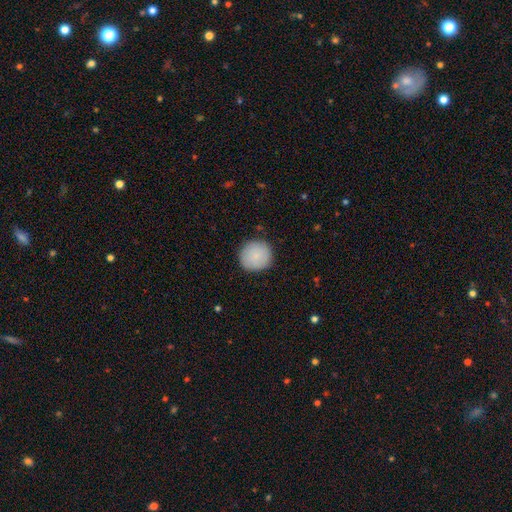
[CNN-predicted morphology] Smooth or featured: smooth — 87% (featured or disk — 6%)
How rounded: round — 93% (in between — 6%)
Merging: none — 88% (minor disturbance — 9%)